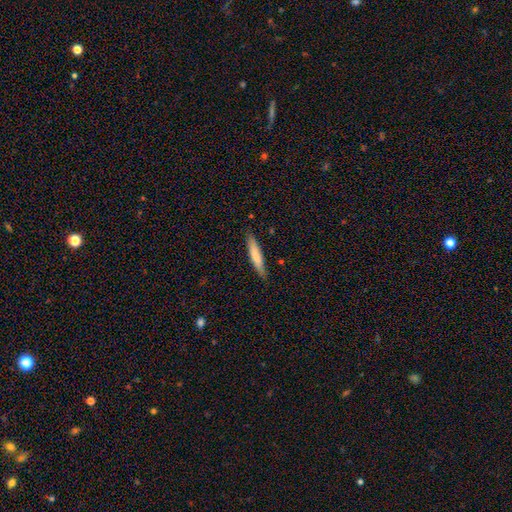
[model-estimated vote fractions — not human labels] Q: Smooth or featured?
A: smooth (73%); runner-up: featured or disk (21%)
Q: How rounded?
A: cigar-shaped (90%); runner-up: in between (9%)
Q: Merging?
A: none (87%); runner-up: minor disturbance (10%)